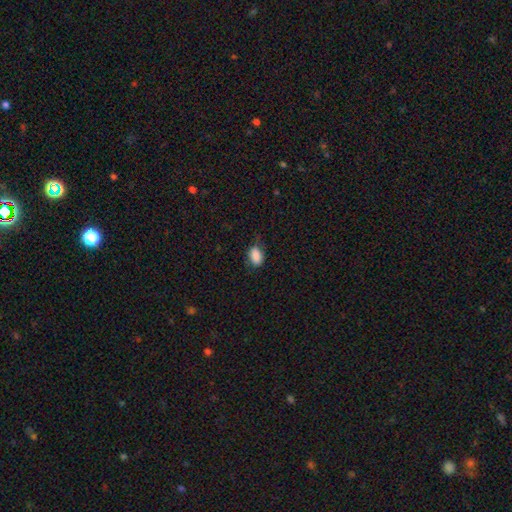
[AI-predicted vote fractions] A smooth galaxy with no disk features (86%) that is in between round and cigar-shaped (85%). Merging: none (64%).